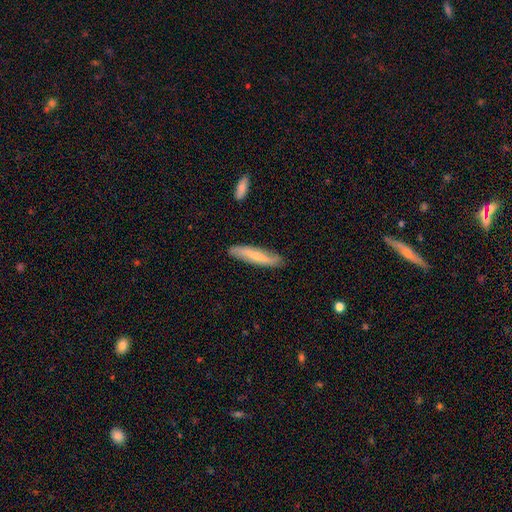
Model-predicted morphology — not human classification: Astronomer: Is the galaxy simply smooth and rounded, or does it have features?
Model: smooth — 59% (runner-up: featured or disk, 35%).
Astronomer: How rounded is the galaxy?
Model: cigar-shaped — 87%.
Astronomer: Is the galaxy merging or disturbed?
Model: none — 83%.